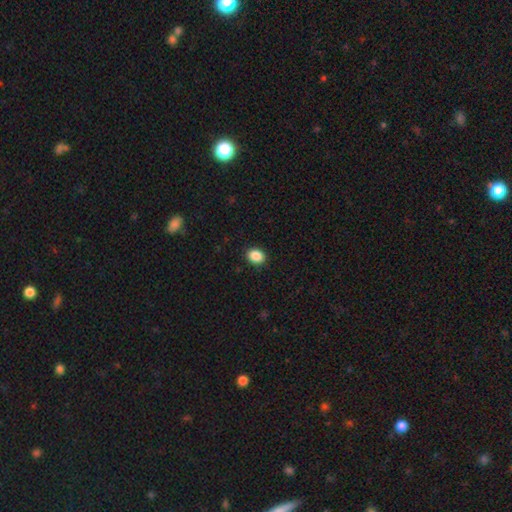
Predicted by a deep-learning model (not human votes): Smooth or featured: smooth — 88% (star or artifact — 9%)
How rounded: in between — 51% (round — 48%)
Merging: none — 91% (minor disturbance — 6%)